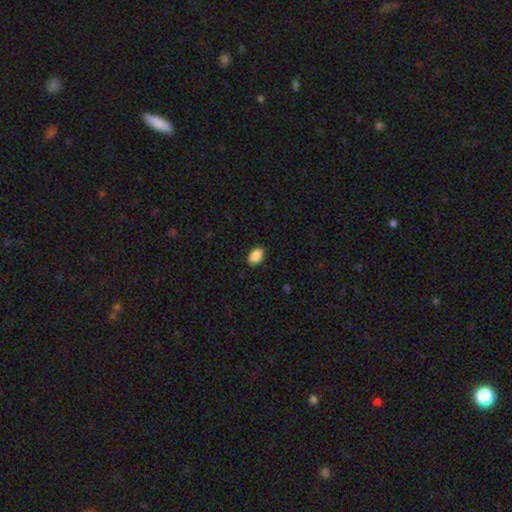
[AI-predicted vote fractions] The model was most divided on "how rounded": in between: 88%, round: 11%, cigar-shaped: 1%. More confident: merging — none (90%); smooth or featured — smooth (90%).